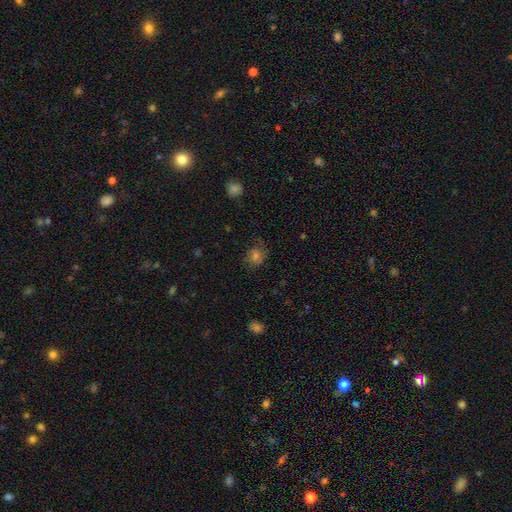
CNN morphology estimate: This is possibly a smooth galaxy (55%). How rounded: likely round (72%). Merging: likely none (69%).